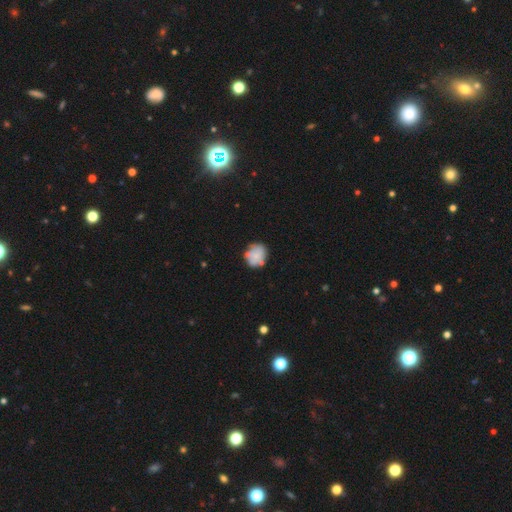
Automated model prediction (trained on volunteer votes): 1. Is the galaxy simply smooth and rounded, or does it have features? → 68% smooth, 24% featured or disk, 9% star or artifact.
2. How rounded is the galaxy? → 64% round, 35% in between, 1% cigar-shaped.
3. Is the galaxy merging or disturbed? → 61% none, 25% minor disturbance, 7% major disturbance, 7% merger.